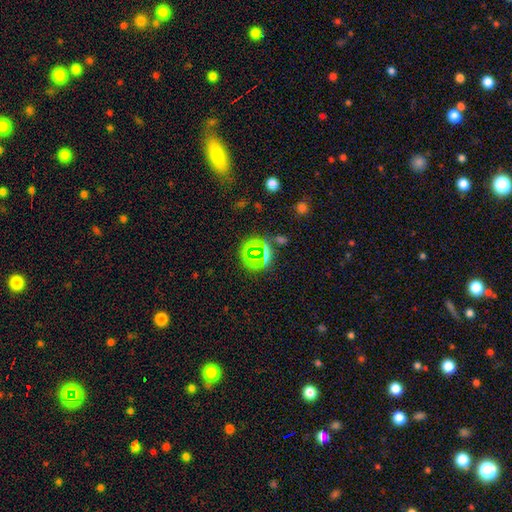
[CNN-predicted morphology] Smooth or featured: star or artifact — 68% (smooth — 22%)